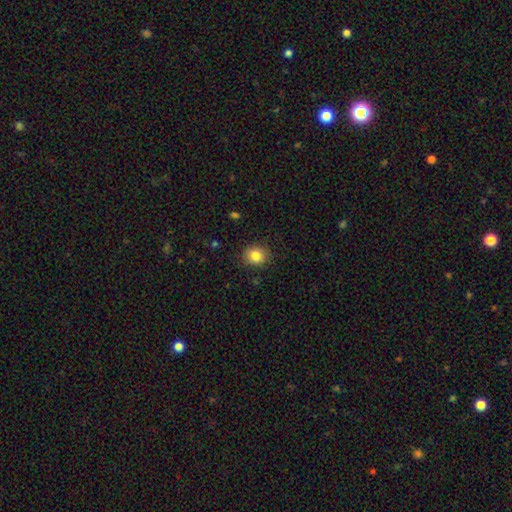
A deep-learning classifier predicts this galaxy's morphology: This appears to be a smooth galaxy with no disk features (83%) that is round (75%). Merging: none (87%).